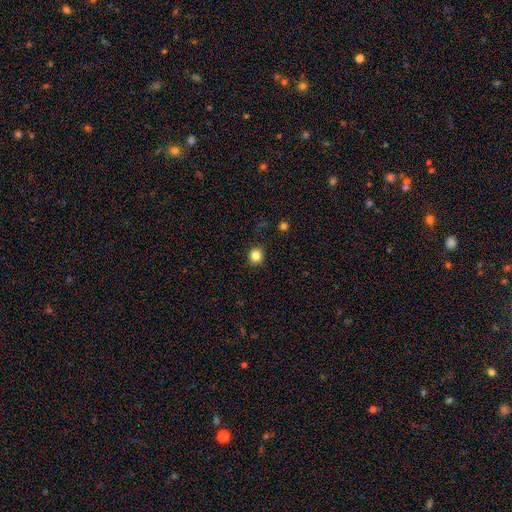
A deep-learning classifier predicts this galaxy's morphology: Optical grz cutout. It shows a smooth galaxy with no disk features (83%) that is round (88%). Merging: none (89%).